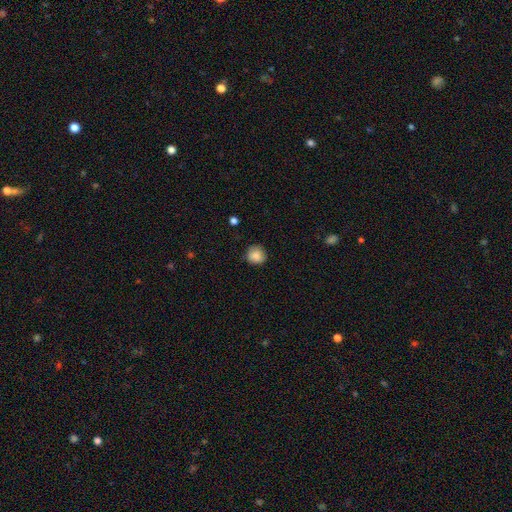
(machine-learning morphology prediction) Overall: smooth (85%). How rounded: round (89%). Merging: none (81%).